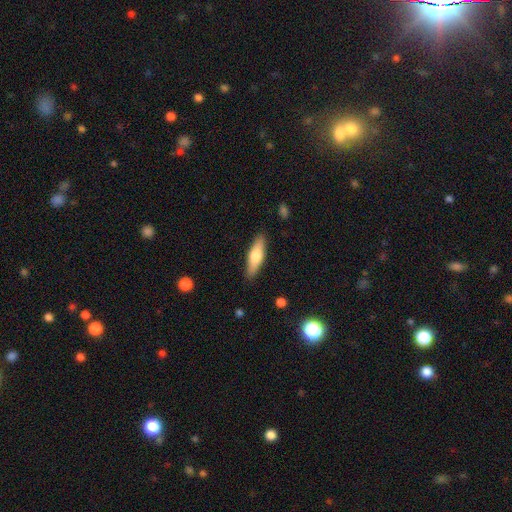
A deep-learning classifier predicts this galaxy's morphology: smooth_or_featured: smooth (p=0.64) [alt: featured or disk p=0.30]
how_rounded: cigar-shaped (p=0.56) [alt: in between p=0.42]
merging: none (p=0.88) [alt: minor disturbance p=0.09]